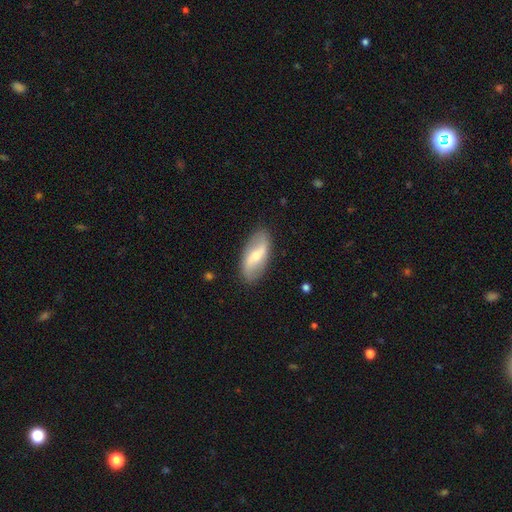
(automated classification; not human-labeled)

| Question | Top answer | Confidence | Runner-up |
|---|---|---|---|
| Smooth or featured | featured or disk | 63% | smooth (32%) |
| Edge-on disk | no | 90% | yes (10%) |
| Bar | weak | 40% | strong (36%) |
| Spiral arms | yes | 75% | no (25%) |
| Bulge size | small | 51% | moderate (44%) |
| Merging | none | 86% | minor disturbance (10%) |